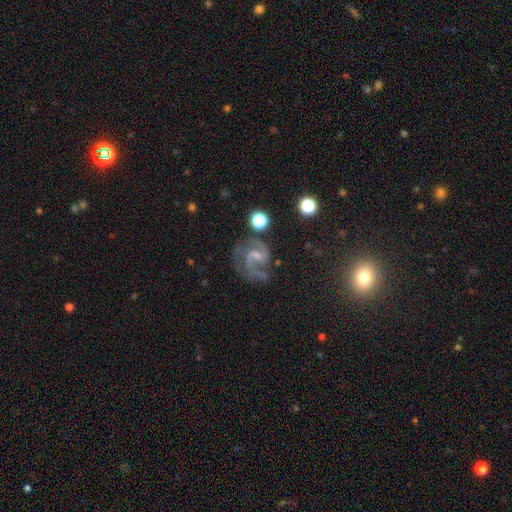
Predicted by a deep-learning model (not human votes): Smooth or featured? featured or disk (85%)
Edge-on disk? no (98%)
Bar? weak (52%)
Spiral arms? yes (96%)
Spiral winding? medium (57%)
Spiral arm count? 2 (81%)
Bulge size? small (62%)
Merging? none (63%)